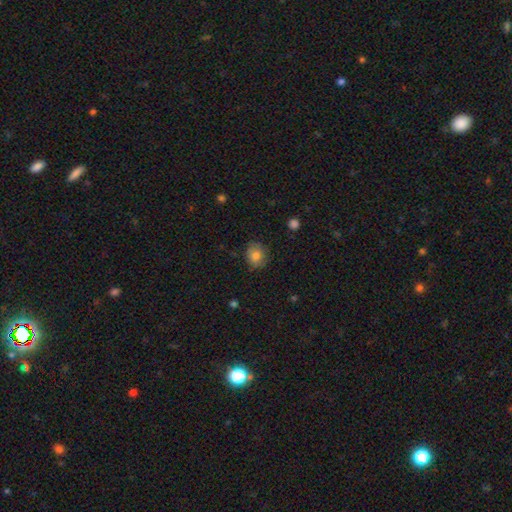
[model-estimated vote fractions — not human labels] smooth-or-featured: smooth: 80% | featured or disk: 11% | star or artifact: 9%
  how-rounded: round: 71% | in between: 28% | cigar-shaped: 1%
  merging: none: 78% | minor disturbance: 17% | major disturbance: 4% | merger: 1%